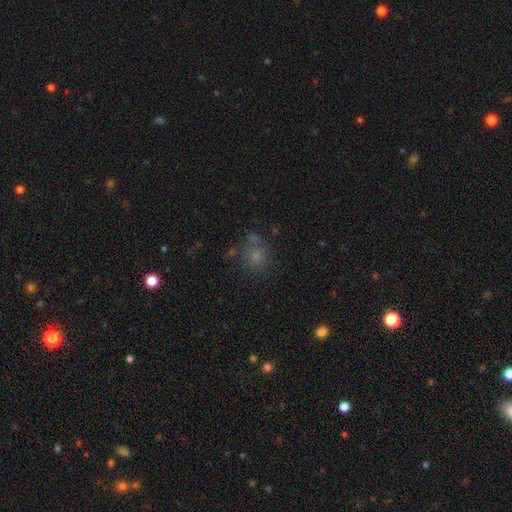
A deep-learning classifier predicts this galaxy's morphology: A smooth galaxy with no disk features (69%) that is round (80%).

Vote fractions:
- Smooth or featured? smooth: 69% / star or artifact: 19% / featured or disk: 12%
- How rounded? round: 80% / in between: 19% / cigar-shaped: 1%
- Merging? none: 60% / minor disturbance: 17% / merger: 13% / major disturbance: 10%